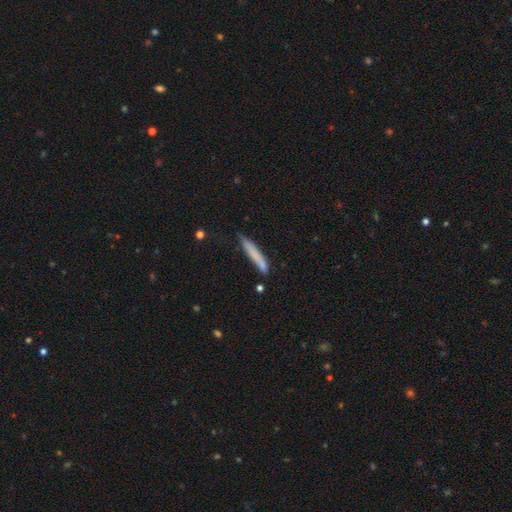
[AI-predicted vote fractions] This appears to be a smooth galaxy with no disk features (75%) that is cigar-shaped (95%). Merging: none (73%).